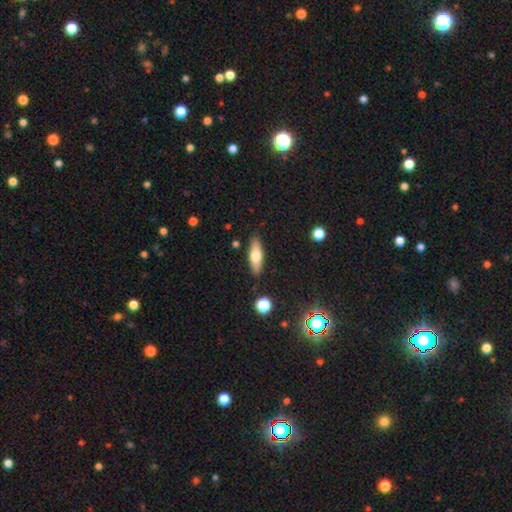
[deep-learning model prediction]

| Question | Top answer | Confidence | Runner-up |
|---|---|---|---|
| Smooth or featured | smooth | 63% | featured or disk (30%) |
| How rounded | cigar-shaped | 49% | in between (48%) |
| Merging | none | 87% | minor disturbance (9%) |